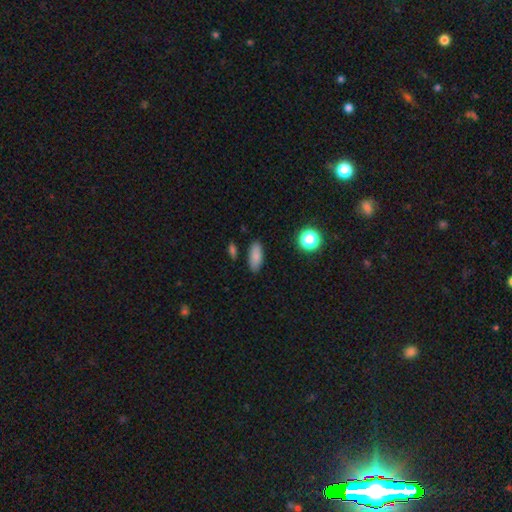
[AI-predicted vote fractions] Overall: smooth (84%). How rounded: in between (83%). Merging: none (85%).